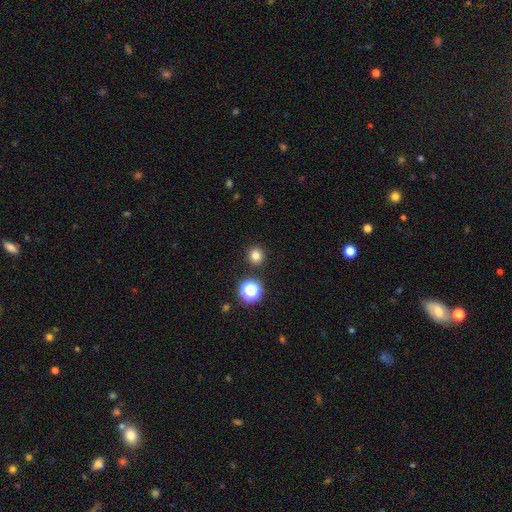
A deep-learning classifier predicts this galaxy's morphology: smooth 79%, star or artifact 16%, featured or disk 5%. Down the decision tree: how rounded — round (94%); merging — none (91%).